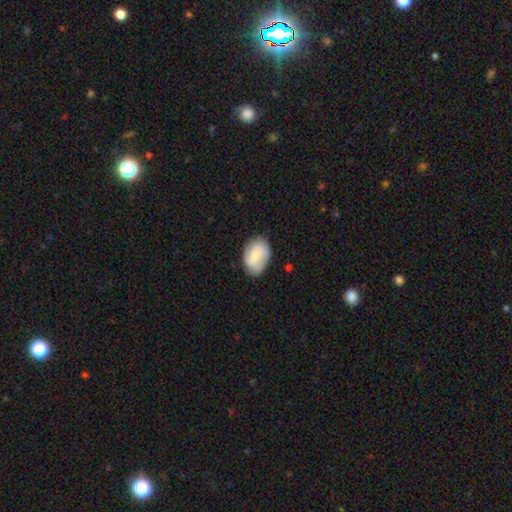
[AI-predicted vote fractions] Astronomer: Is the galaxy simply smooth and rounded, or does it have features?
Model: smooth — 74%.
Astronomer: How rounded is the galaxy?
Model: in between — 82%.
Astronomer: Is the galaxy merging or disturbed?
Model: none — 72%.